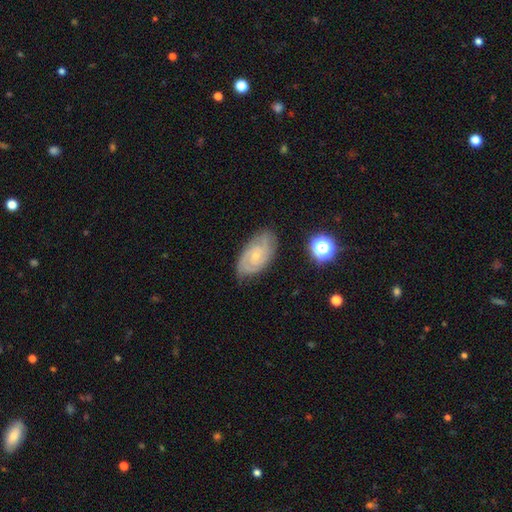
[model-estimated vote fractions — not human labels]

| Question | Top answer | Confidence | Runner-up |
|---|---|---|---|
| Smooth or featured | featured or disk | 78% | smooth (15%) |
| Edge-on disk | no | 96% | yes (4%) |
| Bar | no | 66% | weak (30%) |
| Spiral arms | yes | 95% | no (5%) |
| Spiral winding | tight | 61% | medium (33%) |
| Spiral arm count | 2 | 54% | can't tell (22%) |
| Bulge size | small | 74% | moderate (21%) |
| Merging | none | 77% | minor disturbance (18%) |